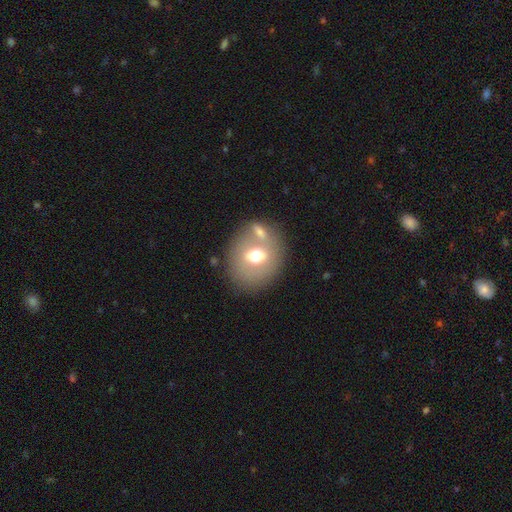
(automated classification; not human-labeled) A smooth galaxy with no disk features (59%) that is round (64%).

Vote fractions:
- Smooth or featured? smooth: 59% / featured or disk: 32% / star or artifact: 9%
- How rounded? round: 64% / in between: 34% / cigar-shaped: 1%
- Merging? none: 61% / merger: 21% / minor disturbance: 13% / major disturbance: 5%